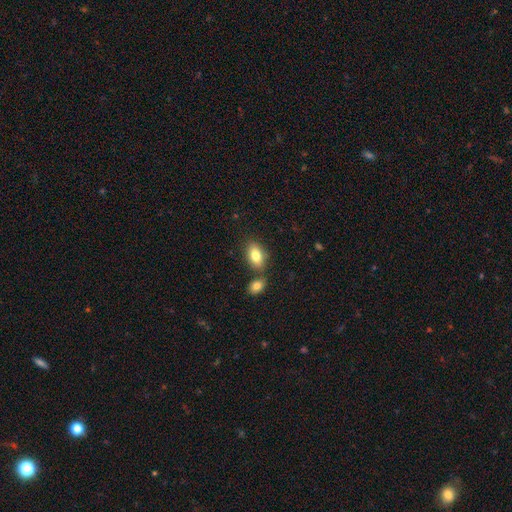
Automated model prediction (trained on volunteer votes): The model was most divided on "merging": none: 66%, merger: 20%, minor disturbance: 11%, major disturbance: 3%. More confident: how rounded — in between (90%); smooth or featured — smooth (81%).